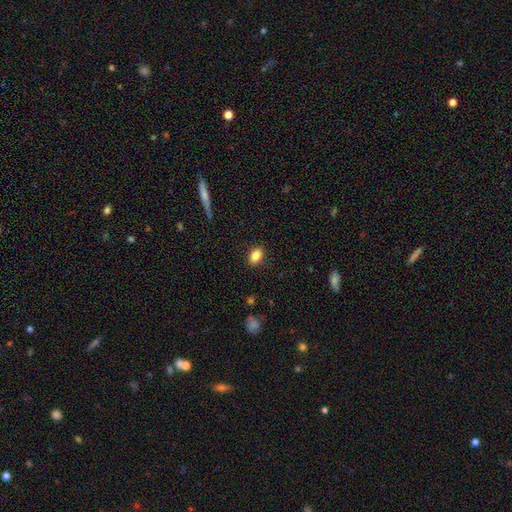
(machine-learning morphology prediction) Smooth or featured?
  - smooth: 87% *
  - star or artifact: 8%
  - featured or disk: 5%
How rounded?
  - in between: 87% *
  - round: 11%
  - cigar-shaped: 3%
Merging?
  - none: 86% *
  - minor disturbance: 10%
  - major disturbance: 3%
  - merger: 1%